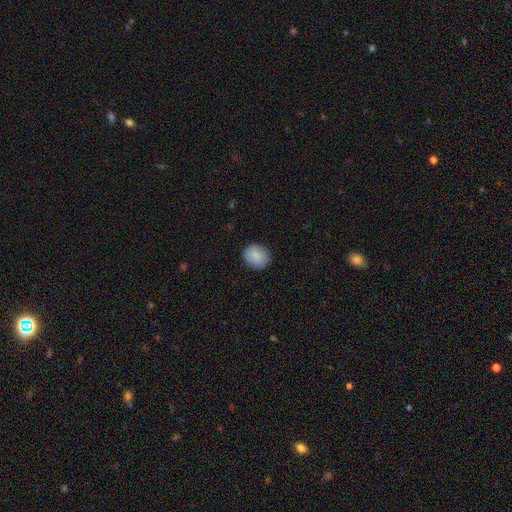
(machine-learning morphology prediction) Q: Smooth or featured?
A: smooth (86%); runner-up: star or artifact (7%)
Q: How rounded?
A: round (78%); runner-up: in between (21%)
Q: Merging?
A: none (87%); runner-up: minor disturbance (10%)